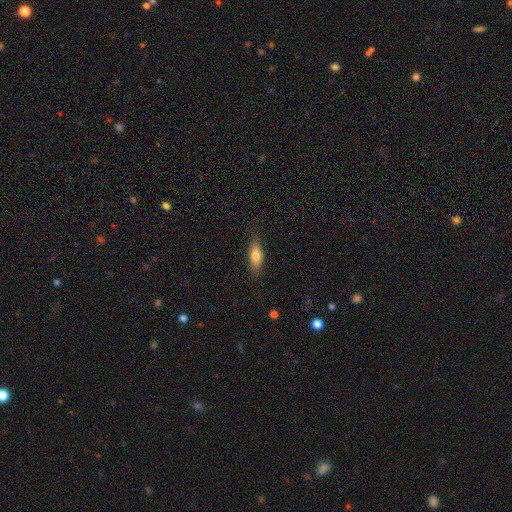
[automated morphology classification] A smooth galaxy with no disk features (71%) that is in between round and cigar-shaped (56%). Merging: none (80%).